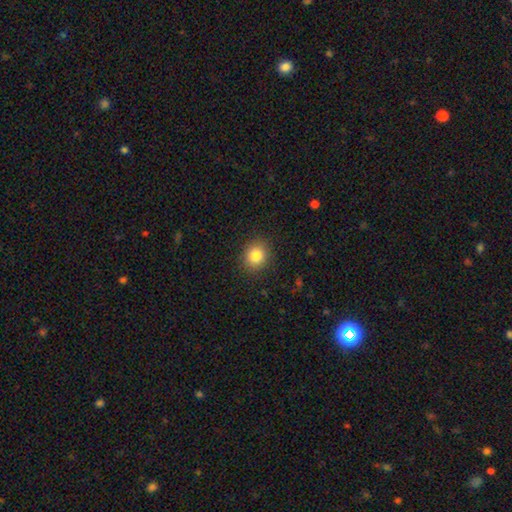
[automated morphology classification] This appears to be a smooth galaxy with no disk features (83%) that is round (74%). Merging: none (89%).